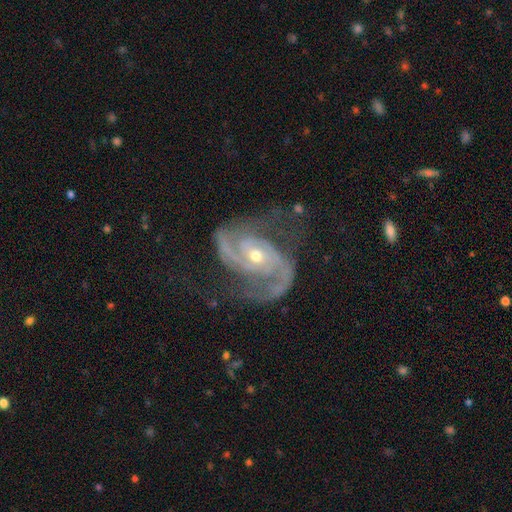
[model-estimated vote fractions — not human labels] smooth-or-featured: featured or disk: 92% | star or artifact: 5% | smooth: 3%
  disk-edge-on: no: 97% | yes: 3%
    bar: no: 57% | weak: 30% | strong: 13%
    has-spiral-arms: yes: 98% | no: 2%
      spiral-winding: medium: 54% | tight: 28% | loose: 19%
      spiral-arm-count: 2: 80% | 3: 8% | can't tell: 4% | 1: 2% | 4: 2% | more than 4: 2%
    bulge-size: moderate: 48% (tied) | small: 48% (tied) | large: 2% | none: 1% | dominant: 1%
  merging: none: 62% | minor disturbance: 20% | major disturbance: 16% | merger: 2%